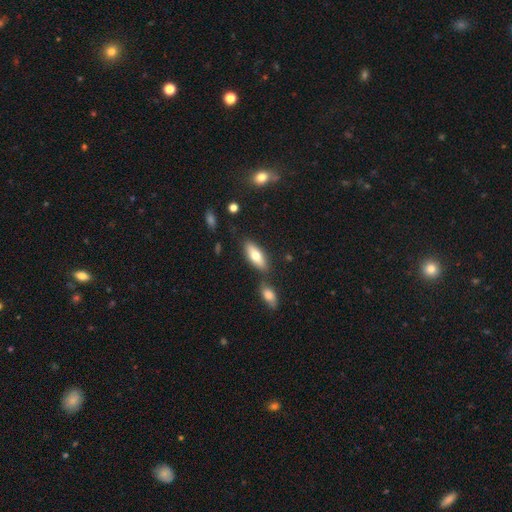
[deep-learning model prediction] Smooth or featured: smooth — 72% (featured or disk — 22%)
How rounded: in between — 75% (cigar-shaped — 23%)
Merging: none — 74% (minor disturbance — 12%)